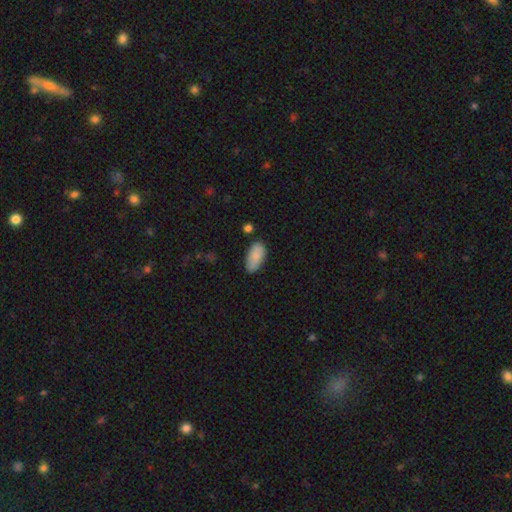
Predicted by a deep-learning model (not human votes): Smooth or featured? smooth (87%)
How rounded? in between (92%)
Merging? none (74%)